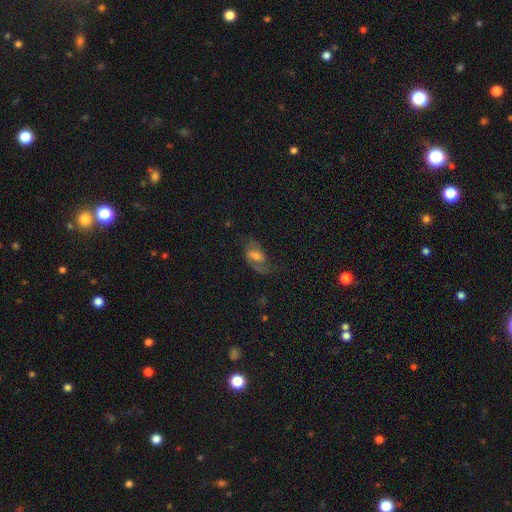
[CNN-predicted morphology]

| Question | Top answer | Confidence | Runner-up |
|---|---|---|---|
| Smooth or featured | featured or disk | 58% | smooth (31%) |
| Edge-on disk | no | 94% | yes (6%) |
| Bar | weak | 45% | no (36%) |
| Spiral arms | yes | 80% | no (20%) |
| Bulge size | moderate | 54% | small (29%) |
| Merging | none | 54% | minor disturbance (22%) |